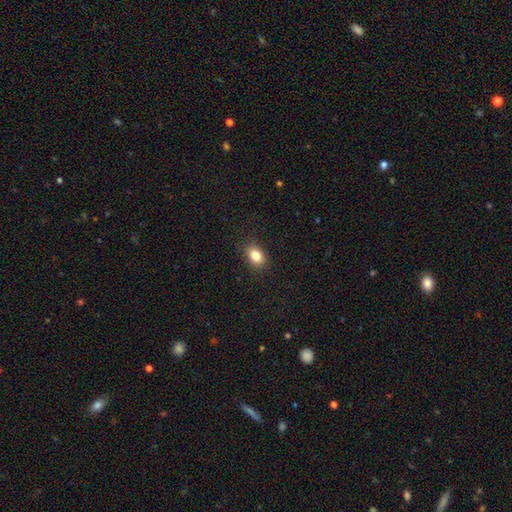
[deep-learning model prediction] smooth 84%, star or artifact 10%, featured or disk 6%. Down the decision tree: how rounded — in between (75%); merging — none (87%).